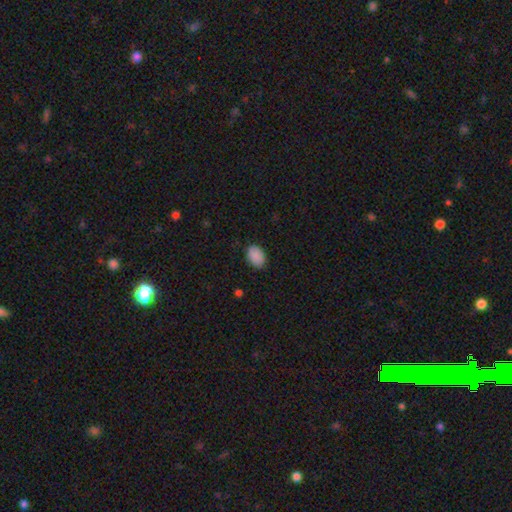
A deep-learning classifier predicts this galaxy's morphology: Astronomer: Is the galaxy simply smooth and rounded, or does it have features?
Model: smooth — 90%.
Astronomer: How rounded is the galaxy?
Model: in between — 83%.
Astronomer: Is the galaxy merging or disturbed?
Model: none — 86%.